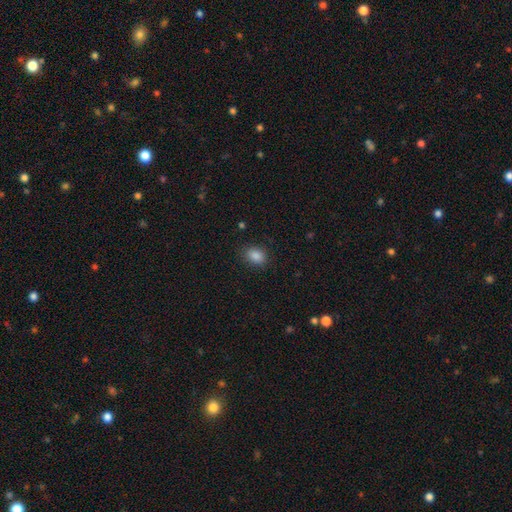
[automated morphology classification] Smooth or featured? Predicted: smooth (p=0.87). How rounded? Predicted: in between (p=0.72). Merging? Predicted: none (p=0.85).